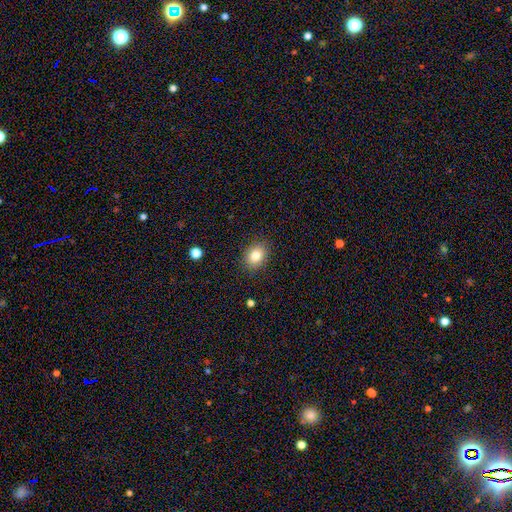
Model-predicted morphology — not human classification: This is clearly a smooth galaxy (82%). How rounded: possibly in between (58%). Merging: clearly none (87%).